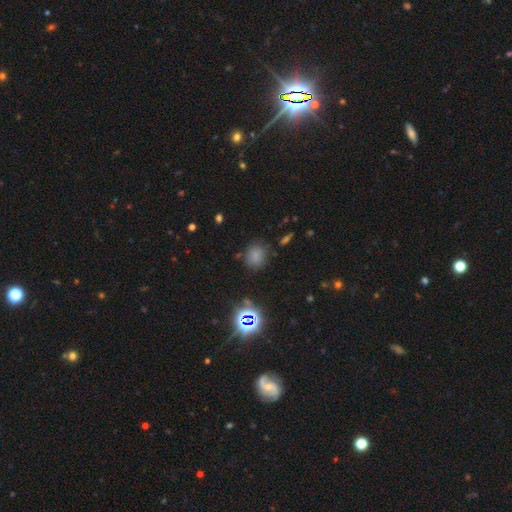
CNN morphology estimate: Smooth or featured?
  - smooth: 72% *
  - star or artifact: 22%
  - featured or disk: 7%
How rounded?
  - round: 67% *
  - in between: 31%
  - cigar-shaped: 1%
Merging?
  - none: 77% *
  - minor disturbance: 15%
  - major disturbance: 5%
  - merger: 3%